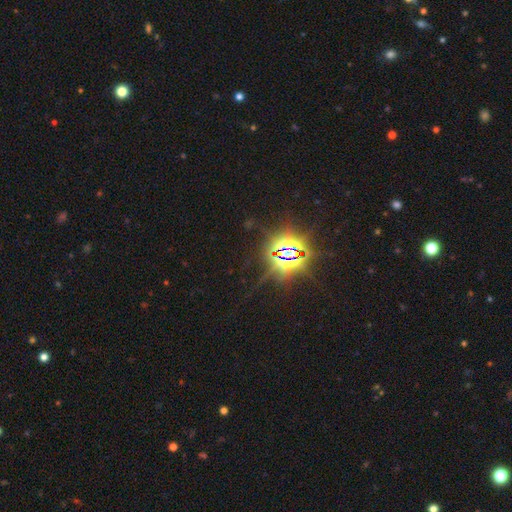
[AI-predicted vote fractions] A star or artifact, not a galaxy (87%).

Vote fractions:
- Smooth or featured? star or artifact: 87% / smooth: 8% / featured or disk: 6%